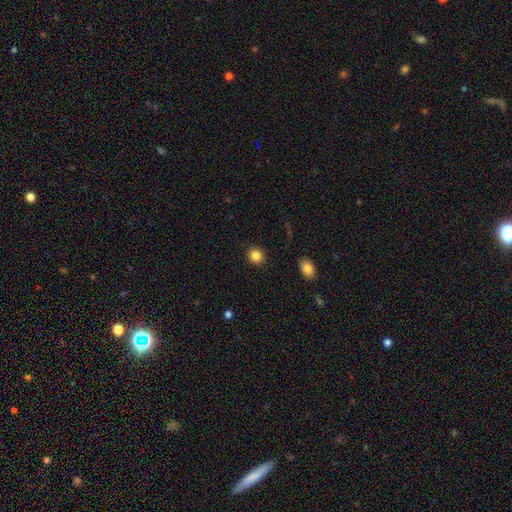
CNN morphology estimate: This is clearly a smooth galaxy (85%). How rounded: clearly round (85%). Merging: clearly none (91%).